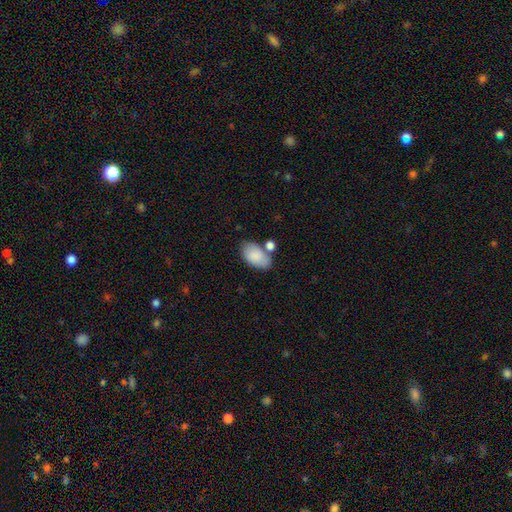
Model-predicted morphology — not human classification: The model was most divided on "merging": none: 61%, merger: 17%, minor disturbance: 16%, major disturbance: 5%. More confident: how rounded — in between (94%); smooth or featured — smooth (86%).